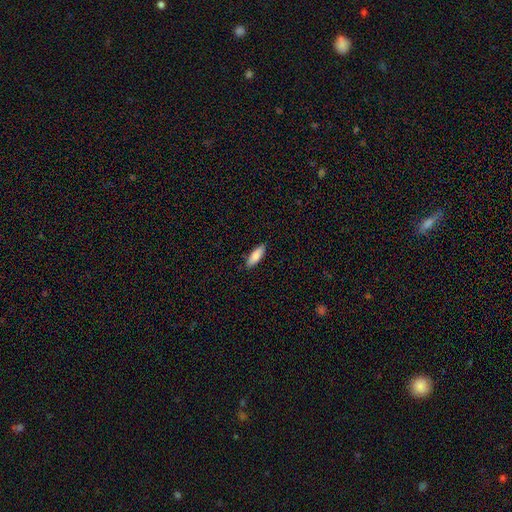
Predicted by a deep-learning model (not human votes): smooth-or-featured: smooth: 84% | featured or disk: 10% | star or artifact: 6%
  how-rounded: in between: 62% | cigar-shaped: 36% | round: 2%
  merging: none: 86% | minor disturbance: 11% | major disturbance: 2% | merger: 1%